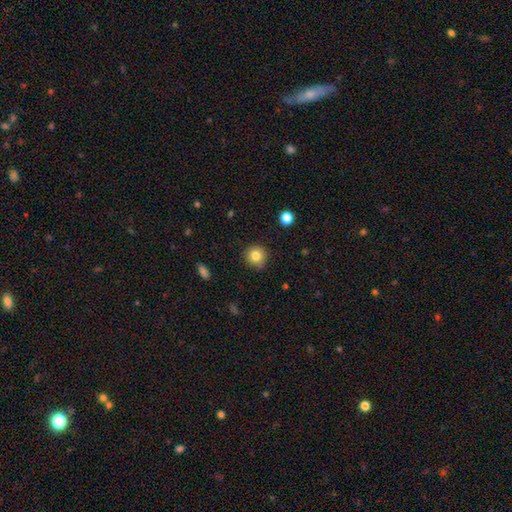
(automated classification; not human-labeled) Morphology: type=smooth (81%); roundness=round (92%); merging=none (85%).